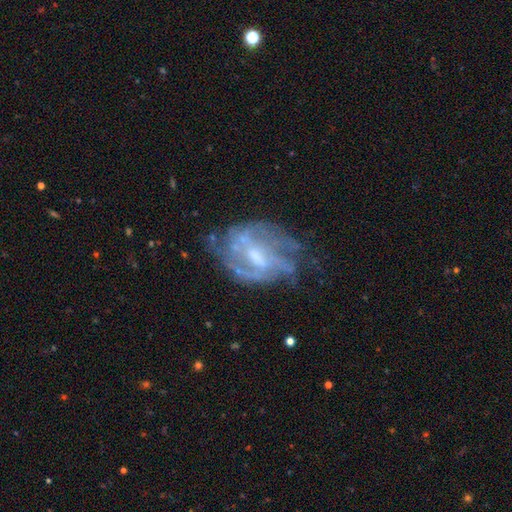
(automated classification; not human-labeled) Smooth or featured? featured or disk (82%)
Edge-on disk? no (97%)
Bar? weak (51%)
Spiral arms? yes (80%)
Spiral winding? medium (43%)
Spiral arm count? can't tell (38%)
Bulge size? moderate (44%)
Merging? none (54%)